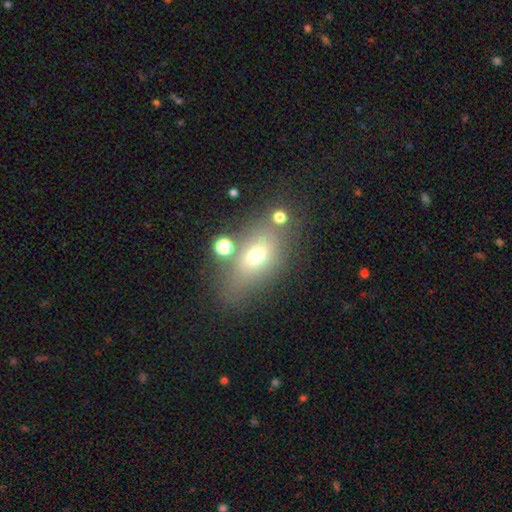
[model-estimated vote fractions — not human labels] Smooth or featured?
  - smooth: 64% *
  - featured or disk: 20%
  - star or artifact: 16%
How rounded?
  - in between: 74% *
  - round: 20%
  - cigar-shaped: 6%
Merging?
  - none: 63% *
  - minor disturbance: 16%
  - merger: 11%
  - major disturbance: 10%